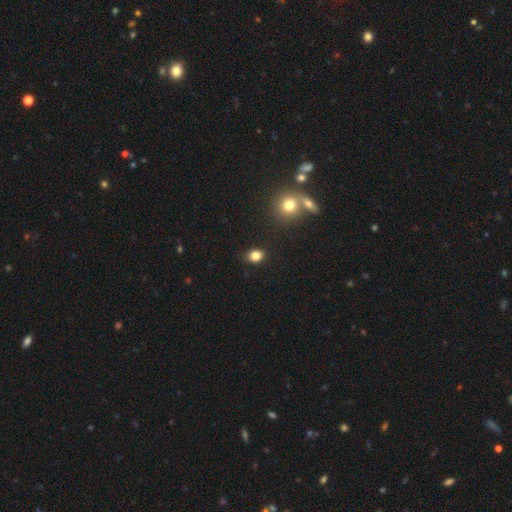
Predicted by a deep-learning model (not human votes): Overall: smooth (83%). How rounded: round (53%; in between 46%). Merging: none (85%).